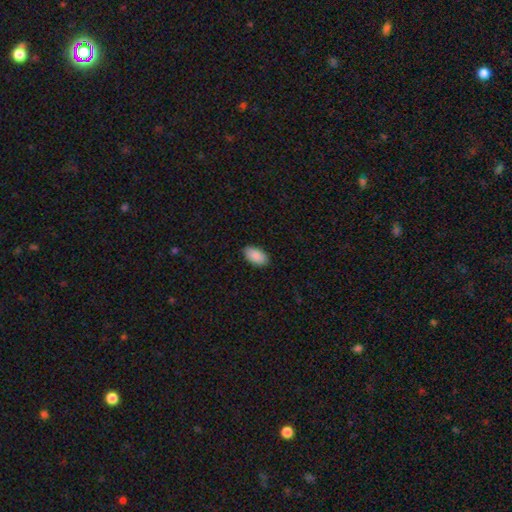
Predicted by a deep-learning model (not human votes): The model was most divided on "merging": none: 89%, minor disturbance: 9%, major disturbance: 2%, merger: 1%. More confident: how rounded — in between (95%); smooth or featured — smooth (90%).